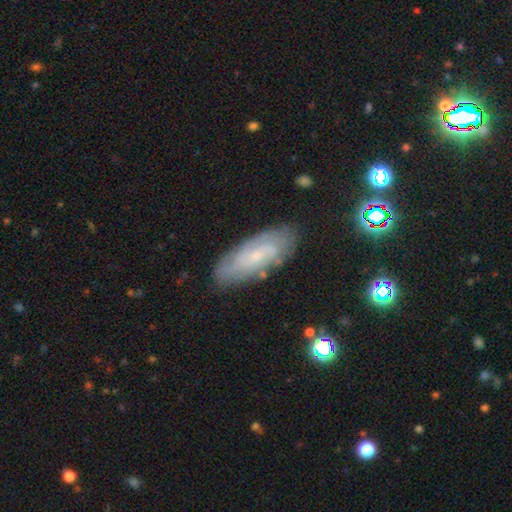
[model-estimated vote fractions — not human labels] The model was most divided on "smooth or featured": featured or disk: 62%, smooth: 30%, star or artifact: 8%. More confident: edge-on disk — no (86%); spiral arms — yes (81%); bulge size — small (81%); merging — none (79%); bar — no (67%).